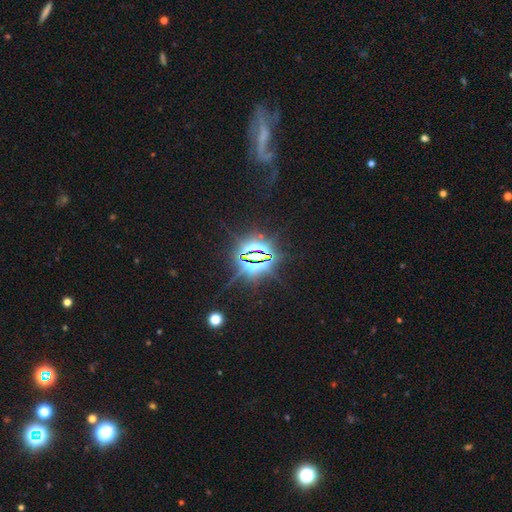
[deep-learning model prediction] star or artifact 85%, featured or disk 8%, smooth 7%.